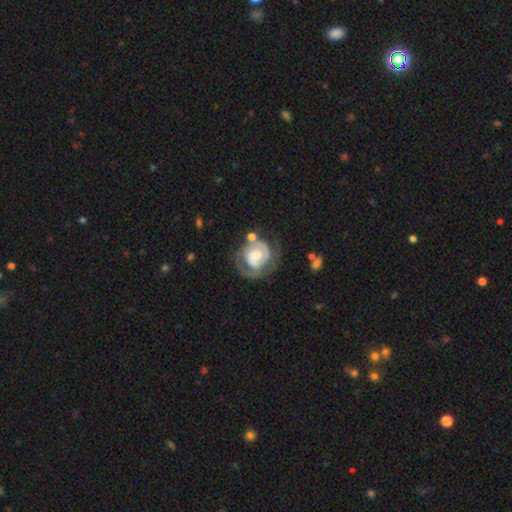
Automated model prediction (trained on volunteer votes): Smooth or featured?
  - featured or disk: 74% *
  - smooth: 21%
  - star or artifact: 6%
Edge-on disk?
  - no: 98% *
  - yes: 2%
Bar?
  - no: 62% *
  - weak: 30%
  - strong: 7%
Spiral arms?
  - yes: 83% *
  - no: 17%
Spiral winding?
  - tight: 62% *
  - medium: 28%
  - loose: 10%
Spiral arm count?
  - 2: 46% *
  - 1: 23%
  - can't tell: 22%
  - 3: 5%
  - 4: 2%
  - more than 4: 2%
Bulge size?
  - moderate: 31% *
  - large: 27%
  - small: 26%
  - none: 13%
  - dominant: 4%
Merging?
  - none: 52% *
  - minor disturbance: 22%
  - major disturbance: 19%
  - merger: 7%